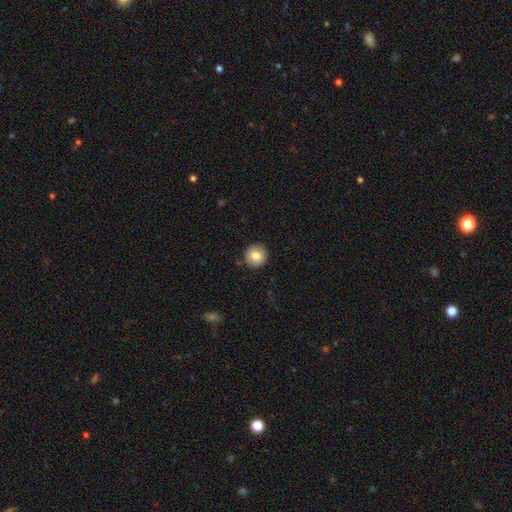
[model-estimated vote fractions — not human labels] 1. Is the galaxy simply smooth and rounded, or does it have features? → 81% smooth, 10% featured or disk, 8% star or artifact.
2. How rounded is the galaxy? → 94% round, 5% in between, 1% cigar-shaped.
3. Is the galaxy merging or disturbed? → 90% none, 7% minor disturbance, 2% major disturbance, 2% merger.